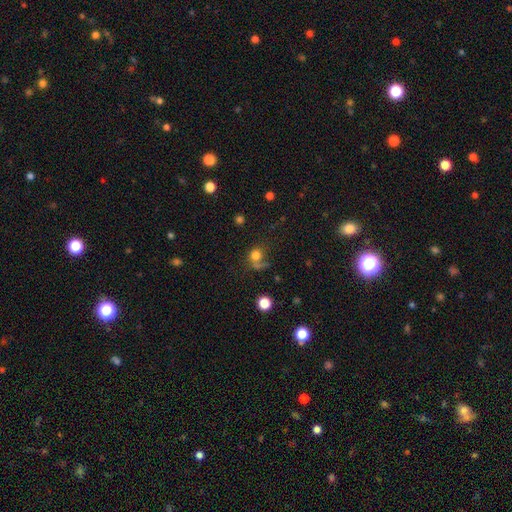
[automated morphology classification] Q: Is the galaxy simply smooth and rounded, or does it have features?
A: smooth — 74%.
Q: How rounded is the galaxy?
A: round — 79%.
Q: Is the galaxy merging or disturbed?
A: none — 46%.